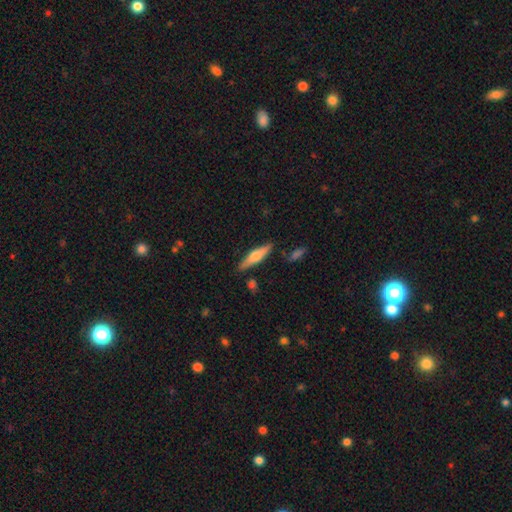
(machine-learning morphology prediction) Smooth or featured: smooth — 50% (featured or disk — 44%)
How rounded: cigar-shaped — 71% (in between — 27%)
Merging: none — 84% (minor disturbance — 11%)